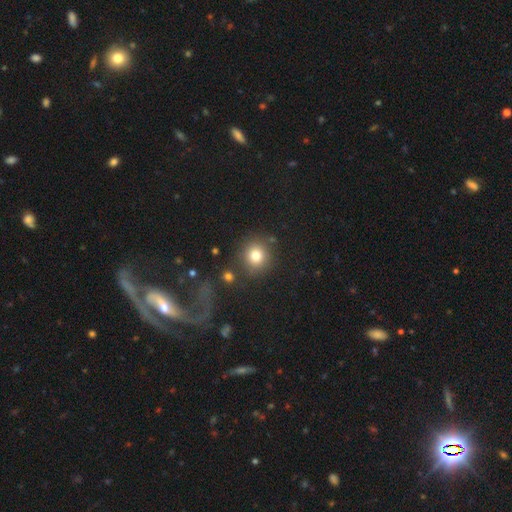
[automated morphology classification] Smooth or featured?
  - smooth: 80% *
  - star or artifact: 12%
  - featured or disk: 8%
How rounded?
  - round: 89% *
  - in between: 10%
  - cigar-shaped: 1%
Merging?
  - none: 80% *
  - minor disturbance: 9%
  - merger: 6%
  - major disturbance: 5%